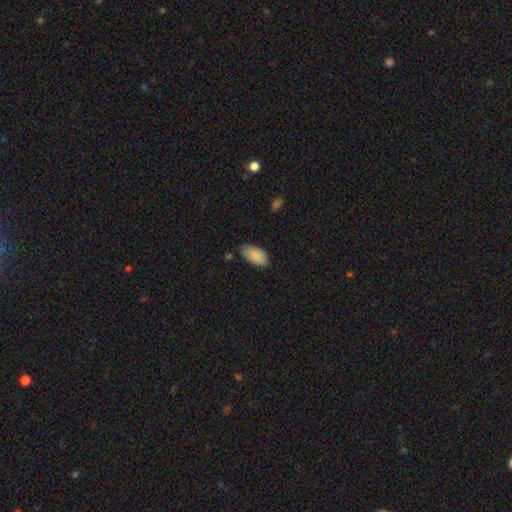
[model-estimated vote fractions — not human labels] This appears to be a smooth galaxy with no disk features (88%) that is in between round and cigar-shaped (95%). Merging: none (78%).